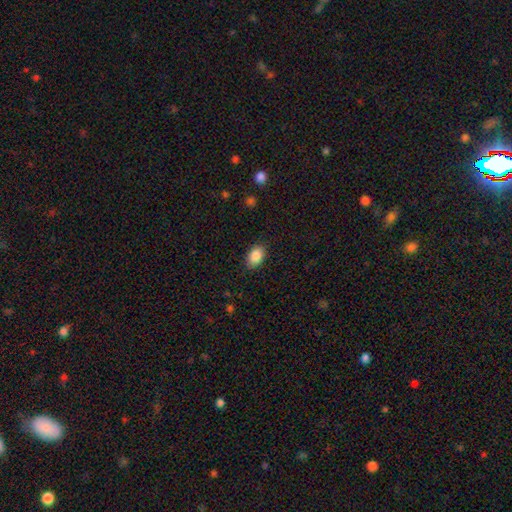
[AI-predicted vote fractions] Morphology: type=smooth (88%); roundness=in between (87%); merging=none (86%).